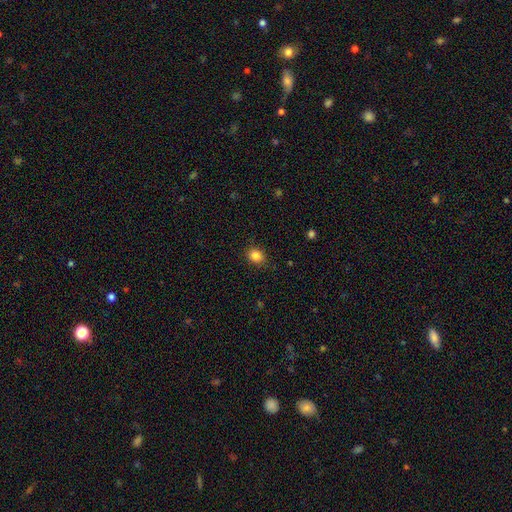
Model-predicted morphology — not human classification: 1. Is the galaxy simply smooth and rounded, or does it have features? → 85% smooth, 10% star or artifact, 5% featured or disk.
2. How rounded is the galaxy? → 53% in between, 46% round, 1% cigar-shaped.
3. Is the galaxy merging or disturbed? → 86% none, 10% minor disturbance, 2% major disturbance, 1% merger.